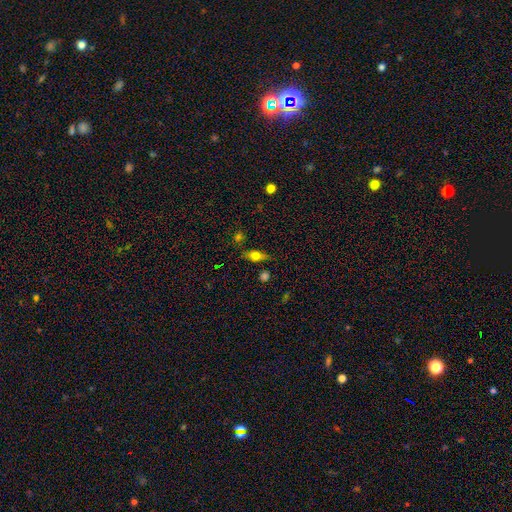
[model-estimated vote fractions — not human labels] The model was most divided on "smooth or featured": smooth: 59%, featured or disk: 30%, star or artifact: 11%. More confident: merging — none (76%); how rounded — in between (70%).